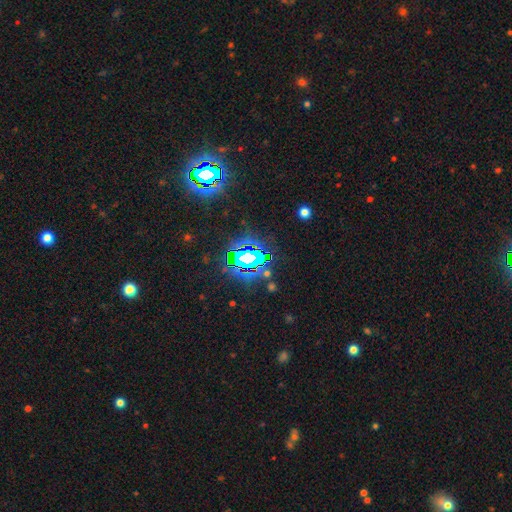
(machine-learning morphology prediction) The model was most divided on "smooth or featured": star or artifact: 74%, smooth: 14%, featured or disk: 13%.